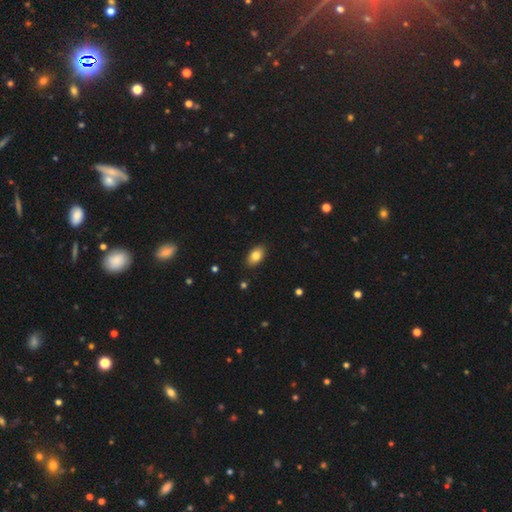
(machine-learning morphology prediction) smooth-or-featured: smooth: 82% | featured or disk: 10% | star or artifact: 8%
  how-rounded: in between: 91% | round: 7% | cigar-shaped: 2%
  merging: none: 88% | minor disturbance: 9% | major disturbance: 2% | merger: 1%